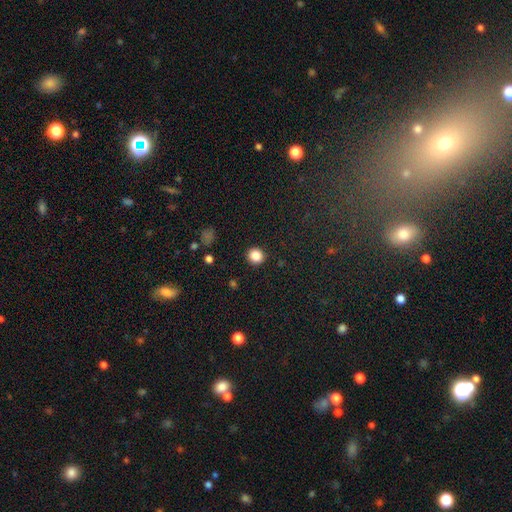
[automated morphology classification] A smooth galaxy with no disk features (86%) that is round (88%). Merging: none (91%).